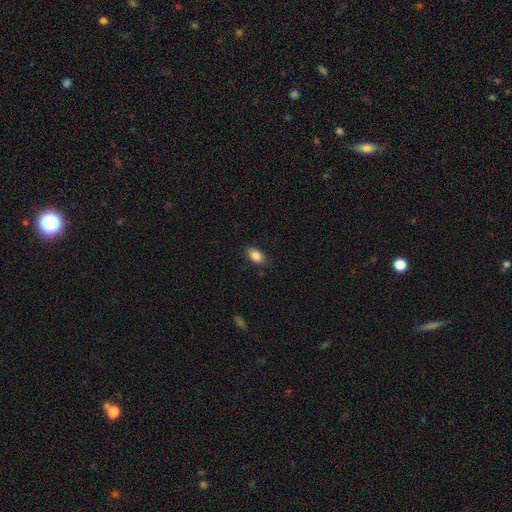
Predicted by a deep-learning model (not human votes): The model was most divided on "merging": none: 84%, minor disturbance: 12%, major disturbance: 3%, merger: 1%. More confident: how rounded — in between (89%); smooth or featured — smooth (86%).